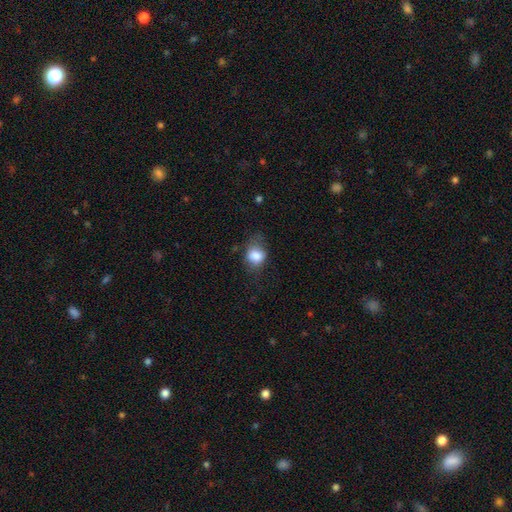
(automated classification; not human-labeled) smooth 82%, featured or disk 9%, star or artifact 9%. Down the decision tree: how rounded — round (53%); merging — none (51%).